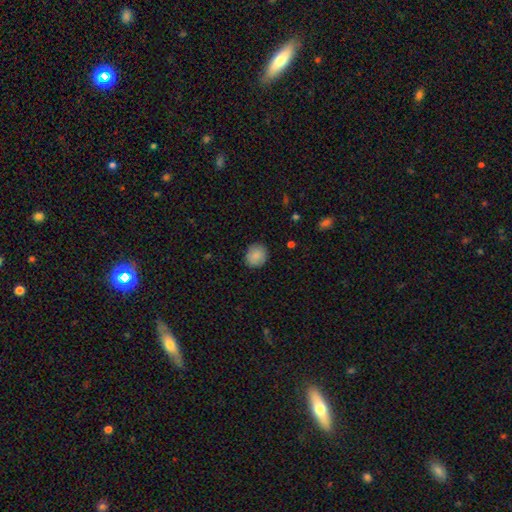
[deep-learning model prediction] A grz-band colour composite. It shows a smooth galaxy with no disk features (87%) that is round (85%). Merging: none (88%).